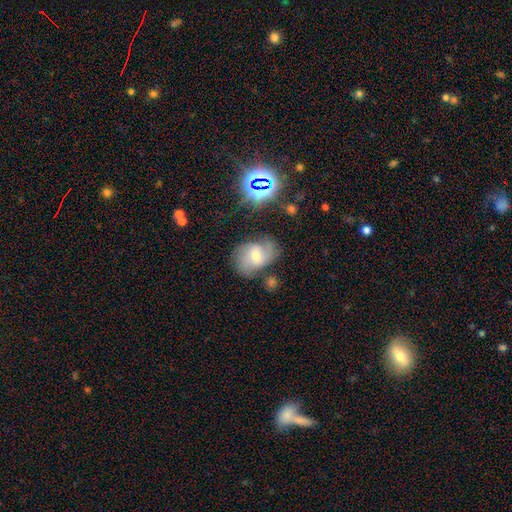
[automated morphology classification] A featured or disk galaxy (53%) with no bar (54%), spiral arms (82%) and a moderate central bulge (54%). Merging: none (56%).